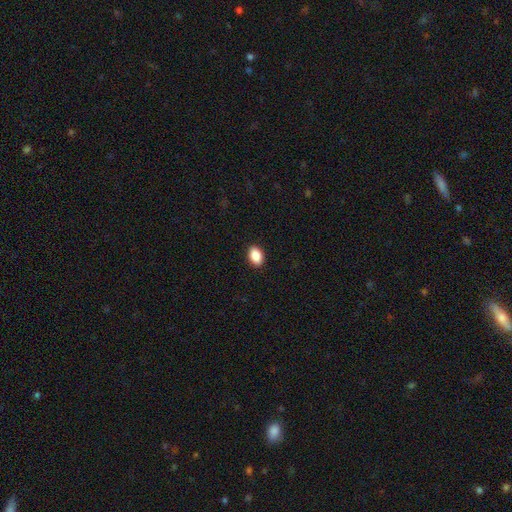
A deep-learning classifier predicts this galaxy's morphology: Overall: smooth (89%). How rounded: in between (85%). Merging: none (90%).